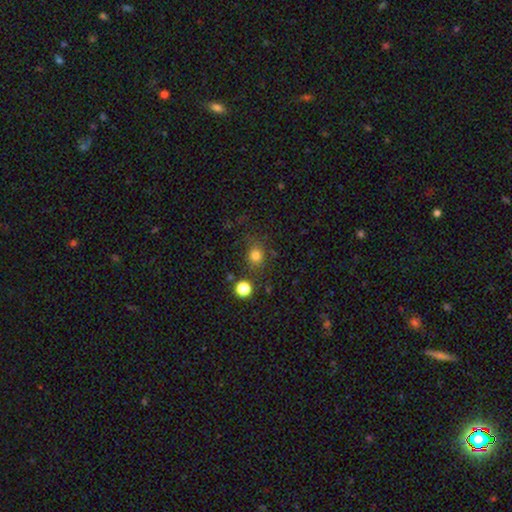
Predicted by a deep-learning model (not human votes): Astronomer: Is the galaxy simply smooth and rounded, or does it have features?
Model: smooth — 79%.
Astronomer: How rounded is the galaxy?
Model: round — 74%.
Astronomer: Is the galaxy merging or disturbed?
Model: none — 74%.